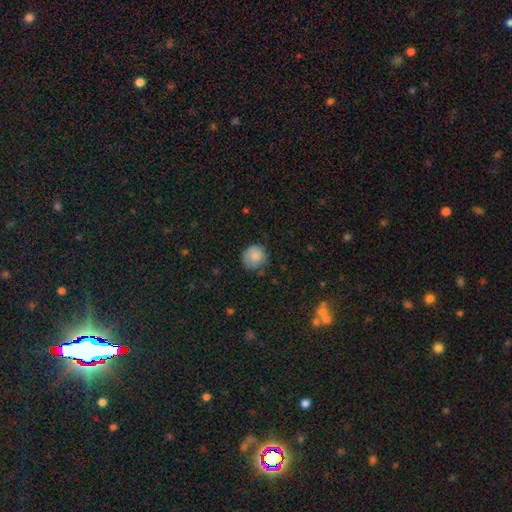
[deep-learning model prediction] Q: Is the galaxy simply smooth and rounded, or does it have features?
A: smooth — 83%.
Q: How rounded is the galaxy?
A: round — 89%.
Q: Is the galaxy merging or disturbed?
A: none — 76%.